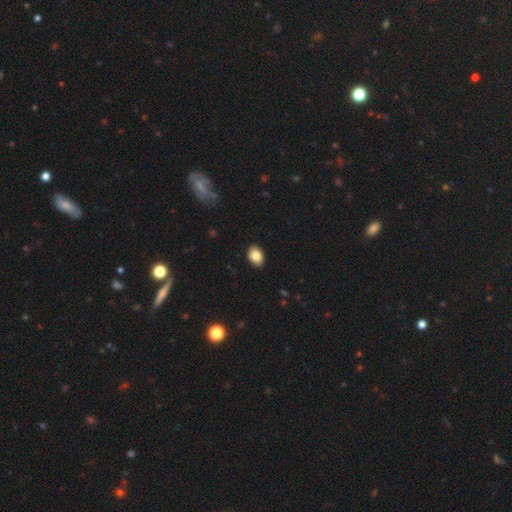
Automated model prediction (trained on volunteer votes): The model was most divided on "how rounded": in between: 82%, round: 17%, cigar-shaped: 1%. More confident: merging — none (89%); smooth or featured — smooth (85%).